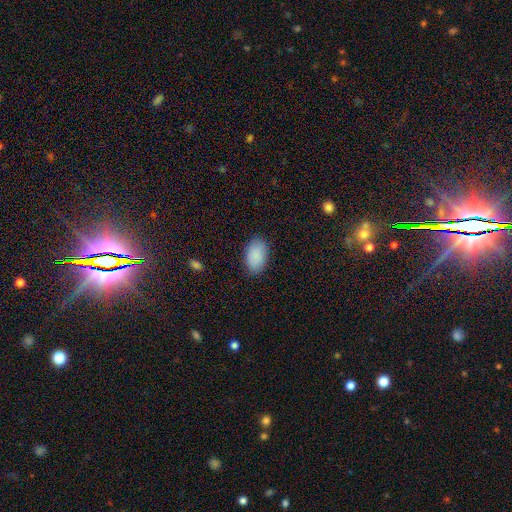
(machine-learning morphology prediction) smooth-or-featured: smooth: 89% | star or artifact: 7% | featured or disk: 4%
  how-rounded: in between: 92% | round: 7% | cigar-shaped: 1%
  merging: none: 85% | minor disturbance: 12% | major disturbance: 3% | merger: 1%